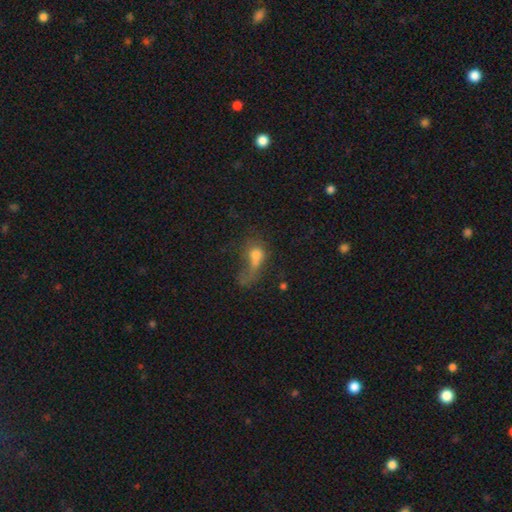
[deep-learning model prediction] Smooth or featured? Predicted: smooth (p=0.60). How rounded? Predicted: in between (p=0.57). Merging? Predicted: major disturbance (p=0.50).